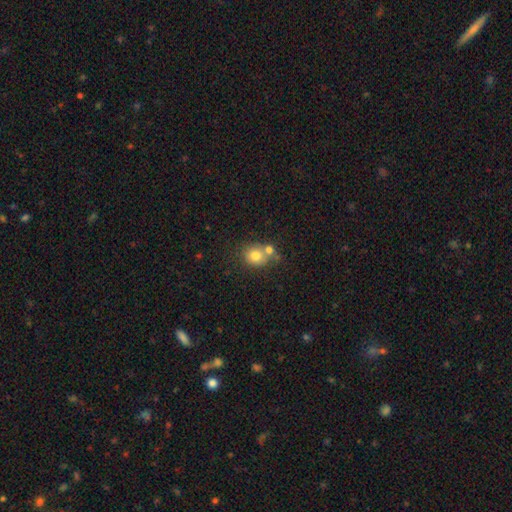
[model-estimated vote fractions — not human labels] smooth-or-featured: smooth: 77% | featured or disk: 13% | star or artifact: 10%
  how-rounded: round: 73% | in between: 26% | cigar-shaped: 1%
  merging: none: 45% | merger: 40% | minor disturbance: 11% | major disturbance: 4%